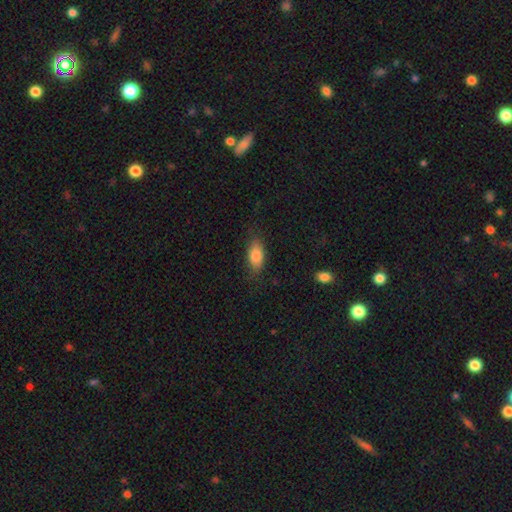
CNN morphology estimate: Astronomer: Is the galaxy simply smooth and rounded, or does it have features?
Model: smooth — 83%.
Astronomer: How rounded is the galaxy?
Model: in between — 87%.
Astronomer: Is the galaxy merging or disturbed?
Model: none — 78%.